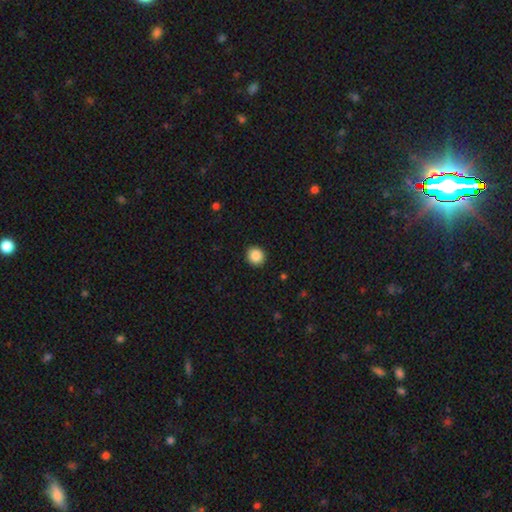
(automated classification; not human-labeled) smooth-or-featured: smooth: 88% | star or artifact: 9% | featured or disk: 3%
  how-rounded: round: 92% | in between: 7% | cigar-shaped: 1%
  merging: none: 92% | minor disturbance: 5% | major disturbance: 2% | merger: 1%